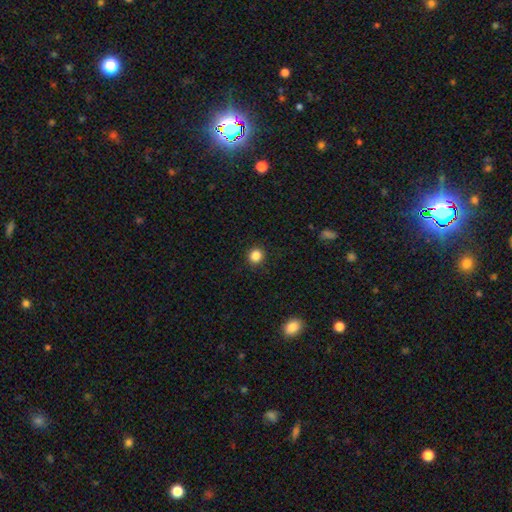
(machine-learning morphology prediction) Smooth or featured: smooth — 85% (star or artifact — 11%)
How rounded: round — 91% (in between — 8%)
Merging: none — 91% (minor disturbance — 6%)